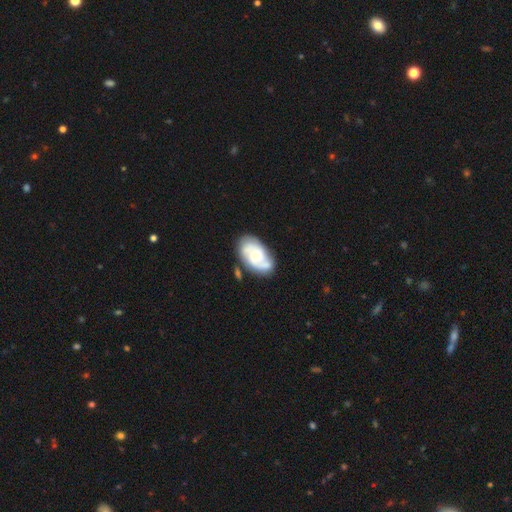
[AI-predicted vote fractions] featured or disk 68%, smooth 26%, star or artifact 6%. Down the decision tree: edge-on disk — no (97%); bar — no (61%); spiral arms — yes (90%); spiral arm count — 2 (49%); spiral winding — medium (43%); bulge size — small (48%); merging — none (62%).